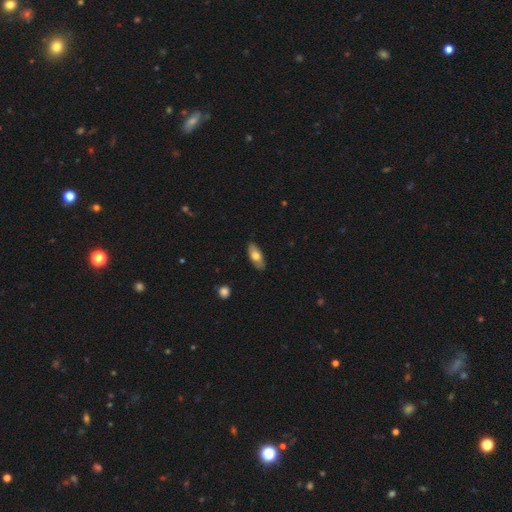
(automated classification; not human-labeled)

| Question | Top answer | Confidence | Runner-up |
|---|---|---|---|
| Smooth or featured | smooth | 69% | featured or disk (25%) |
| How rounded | in between | 85% | cigar-shaped (12%) |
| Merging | none | 86% | minor disturbance (11%) |